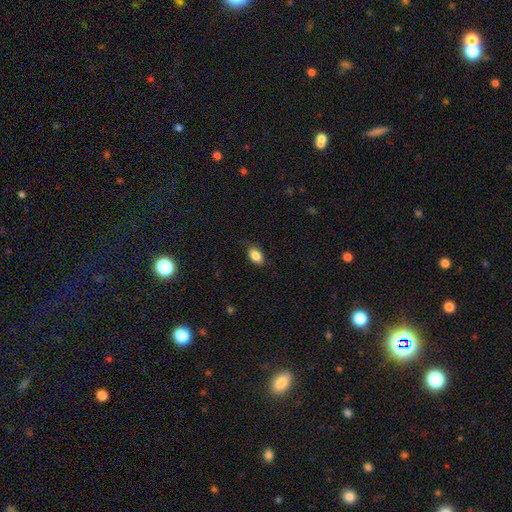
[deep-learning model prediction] A smooth galaxy with no disk features (85%) that is in between round and cigar-shaped (89%).

Vote fractions:
- Smooth or featured? smooth: 85% / star or artifact: 8% / featured or disk: 7%
- How rounded? in between: 89% / round: 8% / cigar-shaped: 3%
- Merging? none: 81% / minor disturbance: 15% / major disturbance: 3% / merger: 1%